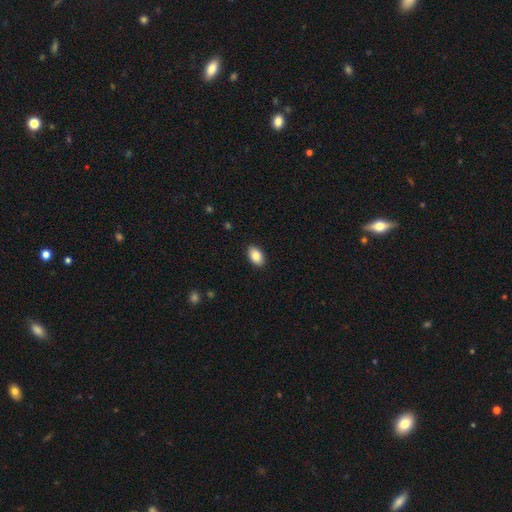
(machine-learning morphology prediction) smooth-or-featured: smooth: 87% | star or artifact: 7% | featured or disk: 6%
  how-rounded: in between: 92% | round: 6% | cigar-shaped: 1%
  merging: none: 90% | minor disturbance: 8% | major disturbance: 2% | merger: 1%